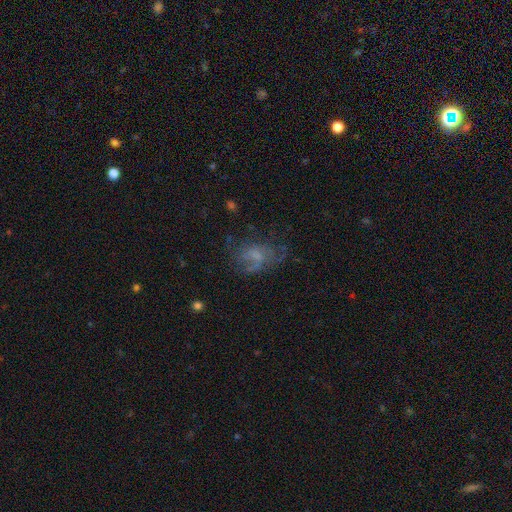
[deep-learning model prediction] The model was most divided on "smooth or featured": featured or disk: 46%, smooth: 38%, star or artifact: 16%. Remaining: merging — none (43%).